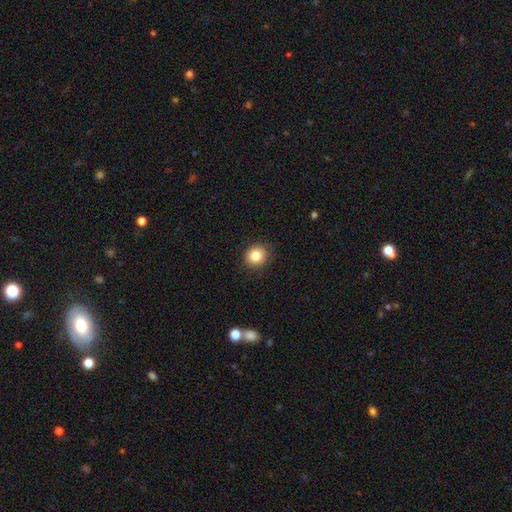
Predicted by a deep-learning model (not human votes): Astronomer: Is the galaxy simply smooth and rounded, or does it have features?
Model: smooth — 83%.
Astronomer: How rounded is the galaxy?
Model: round — 86%.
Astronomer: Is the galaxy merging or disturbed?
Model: none — 90%.